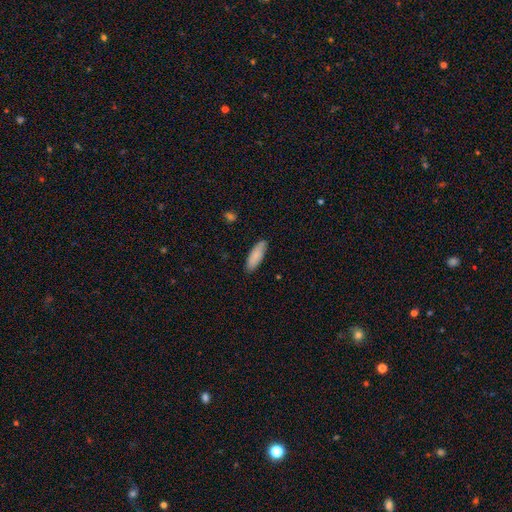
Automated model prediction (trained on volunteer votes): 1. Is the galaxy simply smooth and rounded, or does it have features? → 85% smooth, 9% featured or disk, 6% star or artifact.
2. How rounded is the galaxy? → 63% in between, 36% cigar-shaped, 2% round.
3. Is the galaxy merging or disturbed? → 83% none, 14% minor disturbance, 2% major disturbance, 1% merger.